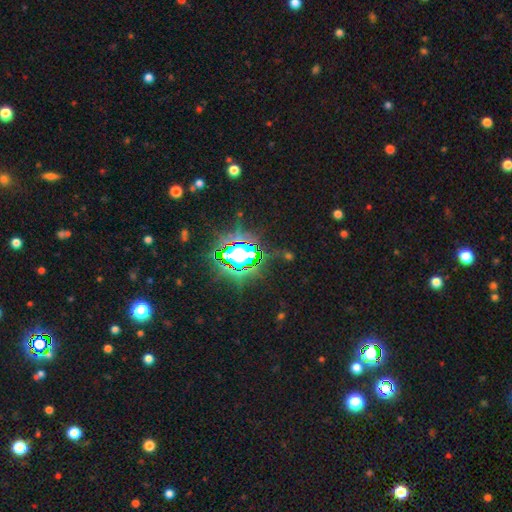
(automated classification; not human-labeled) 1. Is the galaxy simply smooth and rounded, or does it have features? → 79% star or artifact, 12% smooth, 9% featured or disk.